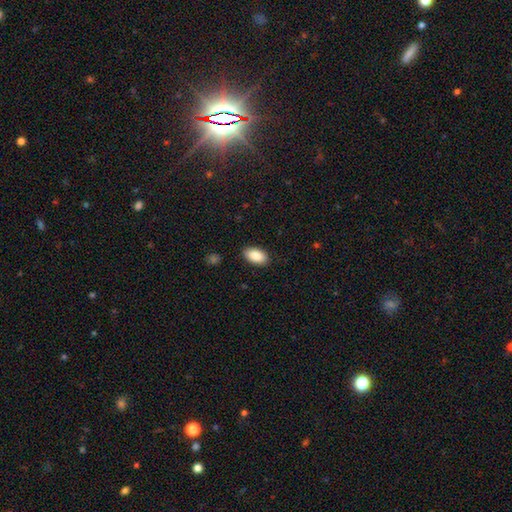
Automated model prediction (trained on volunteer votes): A smooth galaxy with no disk features (89%) that is in between round and cigar-shaped (95%). Merging: none (87%).